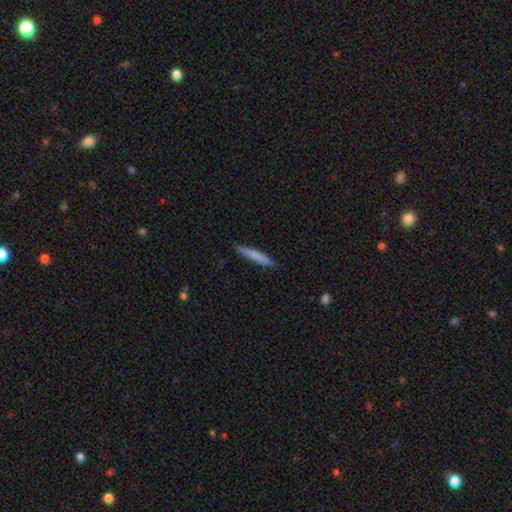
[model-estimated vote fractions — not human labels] smooth 75%, featured or disk 20%, star or artifact 5%. Down the decision tree: how rounded — cigar-shaped (96%); merging — none (90%).